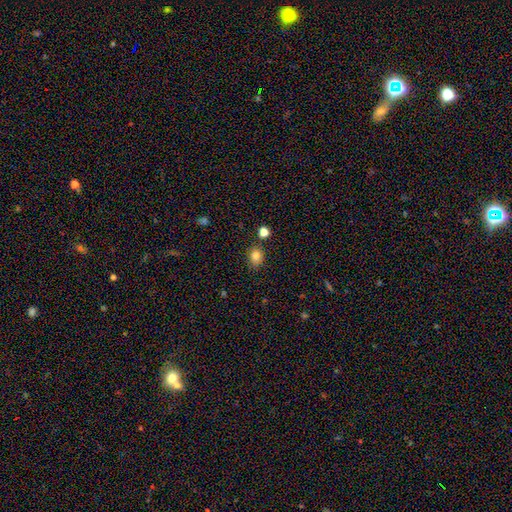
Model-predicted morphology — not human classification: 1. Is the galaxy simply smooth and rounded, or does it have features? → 82% smooth, 12% star or artifact, 6% featured or disk.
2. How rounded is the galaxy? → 50% round, 49% in between, 1% cigar-shaped.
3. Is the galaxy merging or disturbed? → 78% none, 13% minor disturbance, 6% merger, 3% major disturbance.